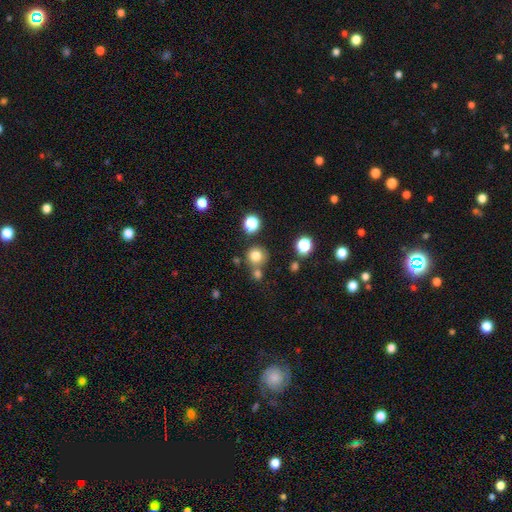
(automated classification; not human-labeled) Smooth or featured? smooth (78%)
How rounded? round (92%)
Merging? none (71%)